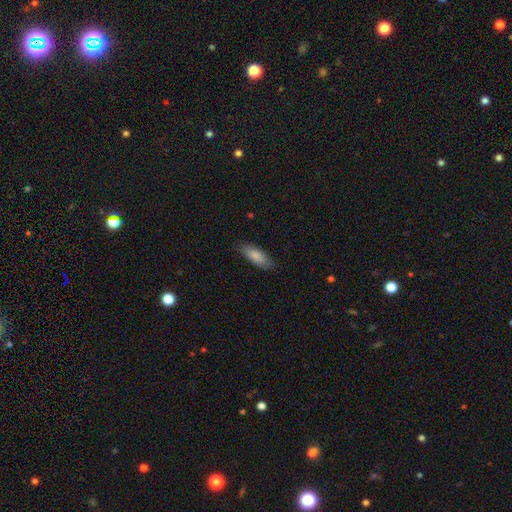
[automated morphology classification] Smooth or featured: smooth — 85% (featured or disk — 10%)
How rounded: in between — 71% (cigar-shaped — 27%)
Merging: none — 83% (minor disturbance — 14%)